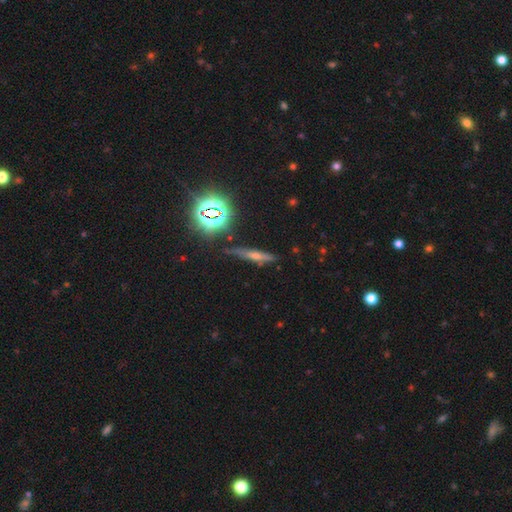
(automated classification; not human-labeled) Smooth or featured? featured or disk (43%)
Merging? none (81%)